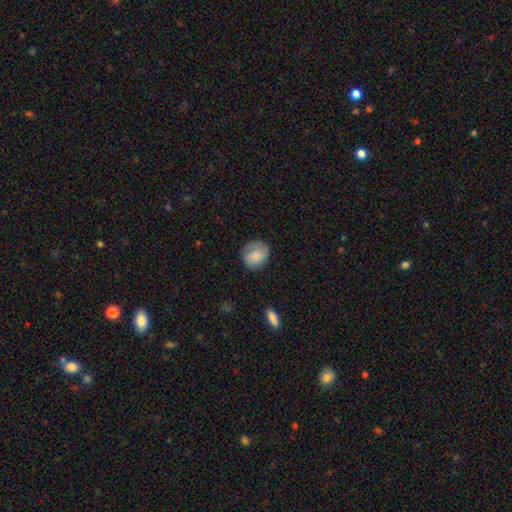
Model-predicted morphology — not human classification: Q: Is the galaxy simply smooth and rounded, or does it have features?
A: smooth — 71%.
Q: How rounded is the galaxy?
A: round — 72%.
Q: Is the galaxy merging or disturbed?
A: none — 71%.